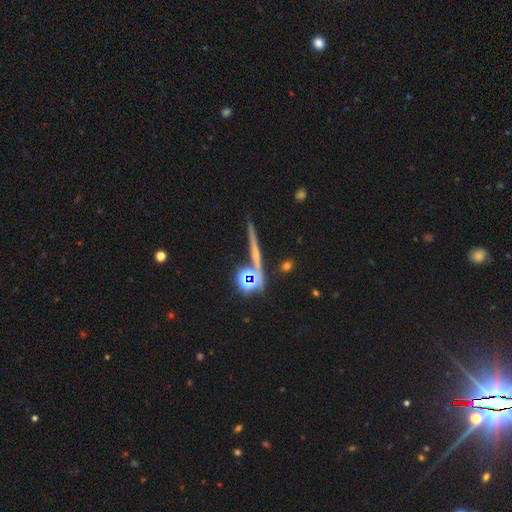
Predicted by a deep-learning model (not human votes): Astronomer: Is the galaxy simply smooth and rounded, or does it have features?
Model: featured or disk — 34%, tied with star or artifact at 34%.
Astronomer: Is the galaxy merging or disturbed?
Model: none — 80%.